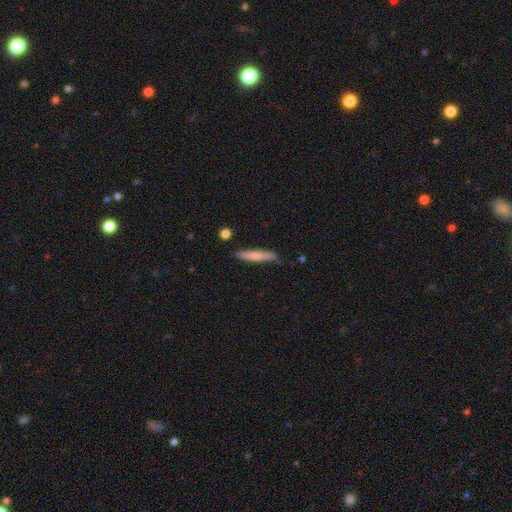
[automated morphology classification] This appears to be a smooth galaxy with no disk features (71%) that is cigar-shaped (93%). Merging: none (85%).